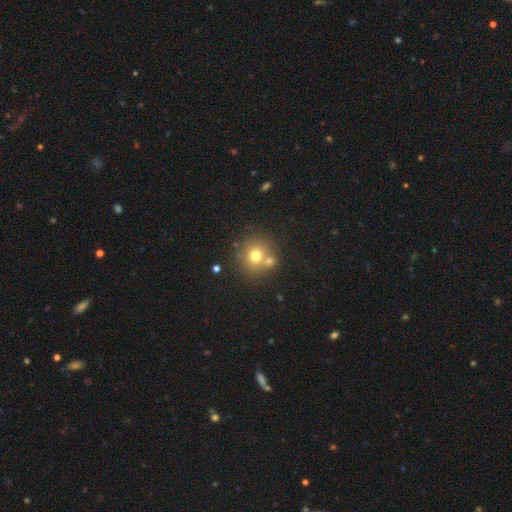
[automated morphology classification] A smooth galaxy with no disk features (70%) that is round (85%). Merging: none (62%).